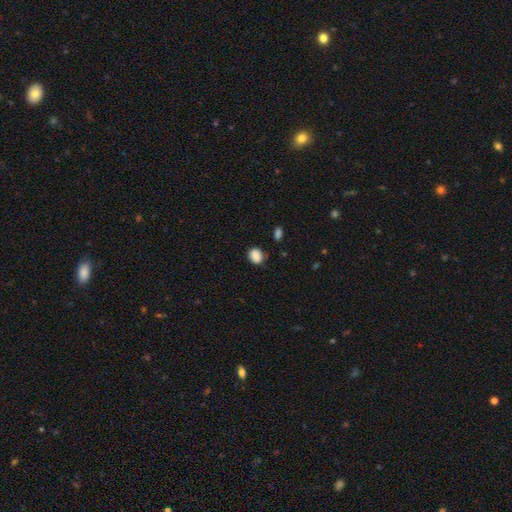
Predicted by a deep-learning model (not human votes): A smooth galaxy with no disk features (87%) that is in between round and cigar-shaped (51%). Merging: none (72%).